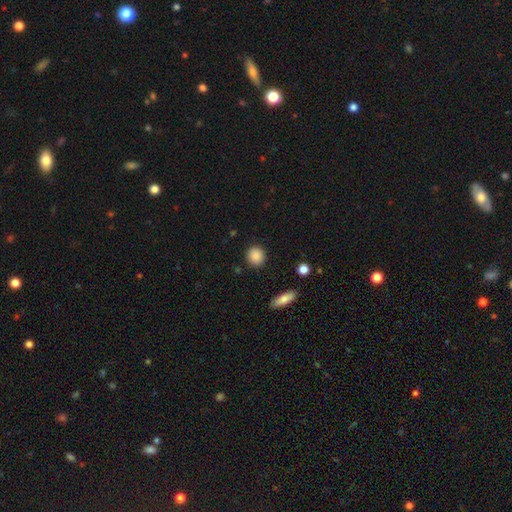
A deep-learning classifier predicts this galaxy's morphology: Smooth or featured? smooth (88%)
How rounded? round (84%)
Merging? none (90%)